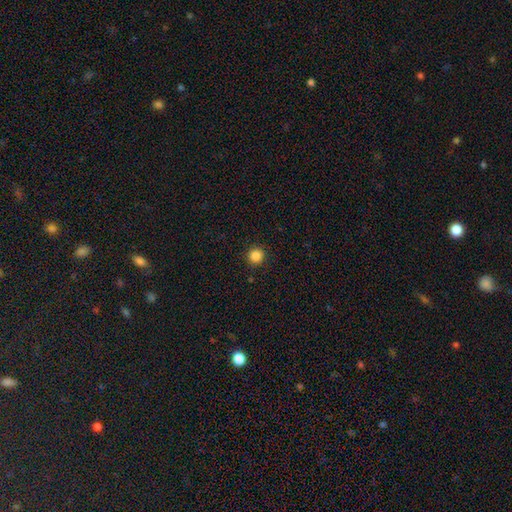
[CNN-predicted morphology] A smooth galaxy with no disk features (86%) that is round (95%).

Vote fractions:
- Smooth or featured? smooth: 86% / star or artifact: 11% / featured or disk: 3%
- How rounded? round: 95% / in between: 4% / cigar-shaped: 1%
- Merging? none: 92% / minor disturbance: 5% / major disturbance: 2% / merger: 1%